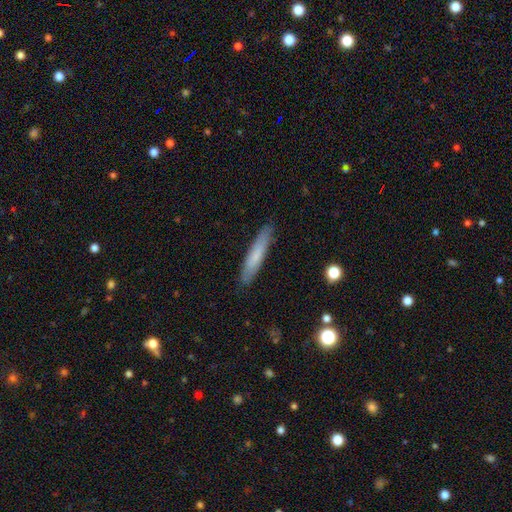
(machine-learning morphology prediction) smooth-or-featured: smooth: 71% | featured or disk: 23% | star or artifact: 6%
  how-rounded: cigar-shaped: 90% | in between: 9% | round: 1%
  merging: none: 88% | minor disturbance: 9% | major disturbance: 2% | merger: 1%